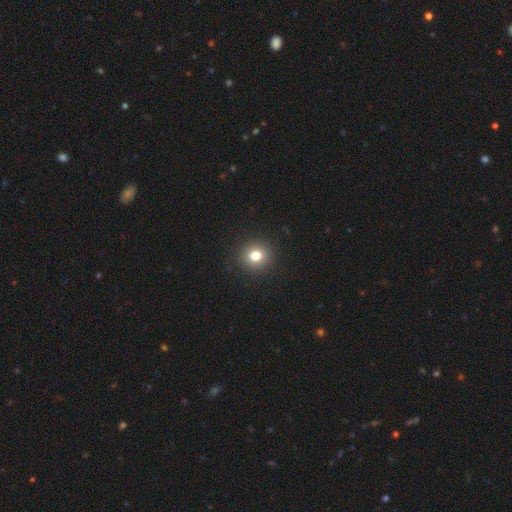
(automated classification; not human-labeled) smooth 79%, star or artifact 13%, featured or disk 8%. Down the decision tree: how rounded — round (89%); merging — none (92%).